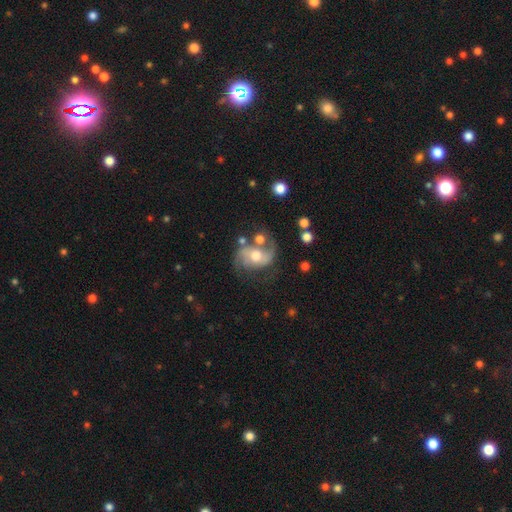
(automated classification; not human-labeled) Q: Smooth or featured?
A: featured or disk (80%); runner-up: smooth (13%)
Q: Edge-on disk?
A: no (98%); runner-up: yes (2%)
Q: Bar?
A: no (54%); runner-up: weak (35%)
Q: Spiral arms?
A: yes (93%); runner-up: no (7%)
Q: Spiral winding?
A: medium (48%); runner-up: loose (40%)
Q: Spiral arm count?
A: 2 (90%); runner-up: can't tell (4%)
Q: Bulge size?
A: moderate (71%); runner-up: large (14%)
Q: Merging?
A: none (55%); runner-up: minor disturbance (19%)